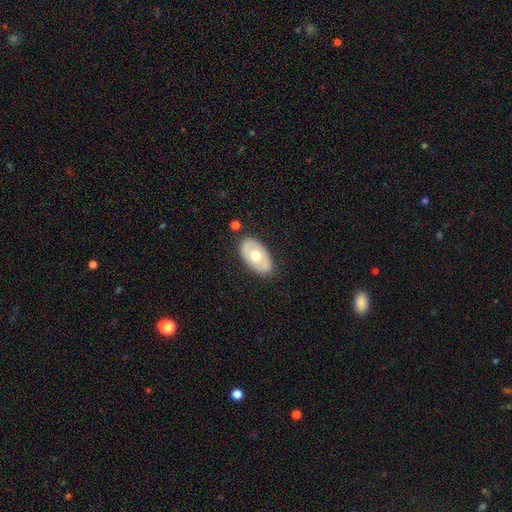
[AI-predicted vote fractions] Smooth or featured? Predicted: smooth (p=0.53). How rounded? Predicted: in between (p=0.91). Merging? Predicted: none (p=0.81).